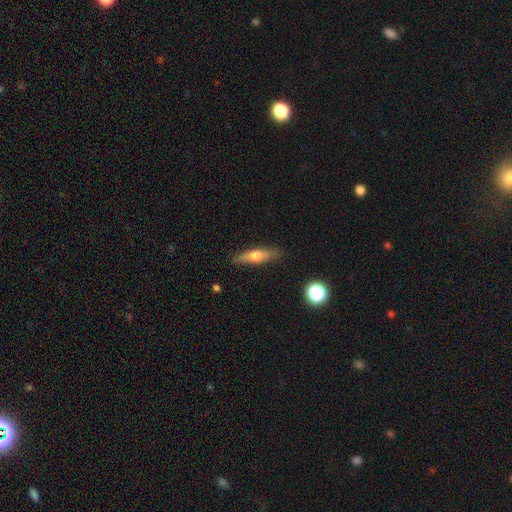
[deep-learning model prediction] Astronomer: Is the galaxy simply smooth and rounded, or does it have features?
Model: smooth — 54% (runner-up: featured or disk, 39%).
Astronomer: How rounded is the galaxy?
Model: cigar-shaped — 71%.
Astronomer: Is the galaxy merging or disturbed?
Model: none — 86%.